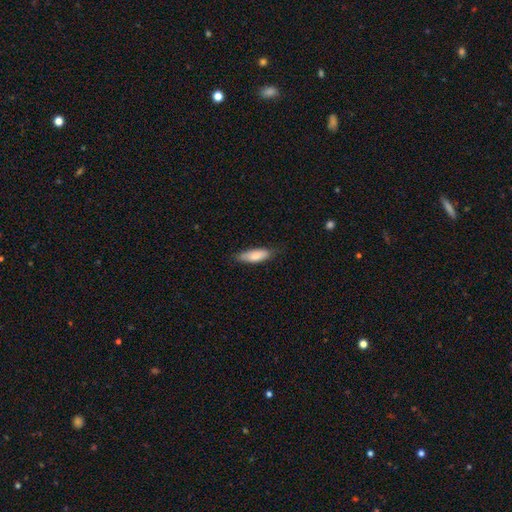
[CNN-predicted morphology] Smooth or featured: smooth — 82% (featured or disk — 12%)
How rounded: in between — 63% (cigar-shaped — 36%)
Merging: none — 74% (minor disturbance — 21%)